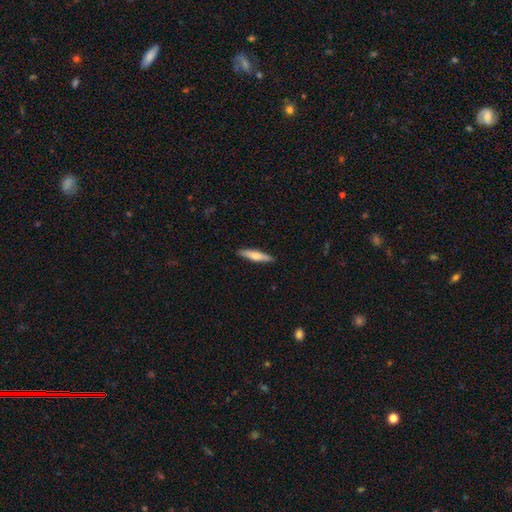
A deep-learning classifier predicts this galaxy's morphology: Smooth or featured: smooth — 65% (featured or disk — 30%)
How rounded: cigar-shaped — 83% (in between — 16%)
Merging: none — 90% (minor disturbance — 7%)